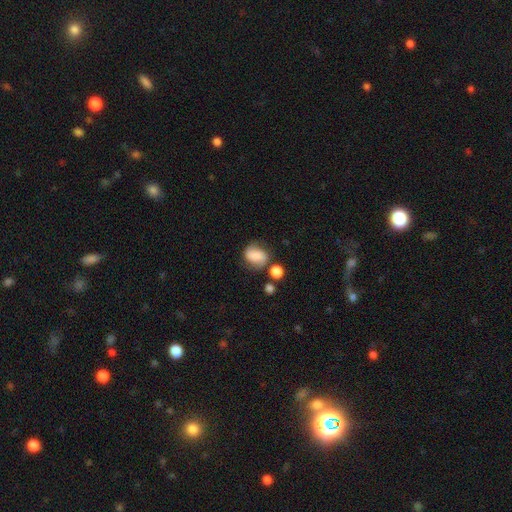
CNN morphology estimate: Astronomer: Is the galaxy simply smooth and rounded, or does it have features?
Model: smooth — 55% (runner-up: featured or disk, 34%).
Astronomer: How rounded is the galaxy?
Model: in between — 52% (runner-up: round, 47%).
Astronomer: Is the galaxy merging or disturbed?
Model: none — 61%.